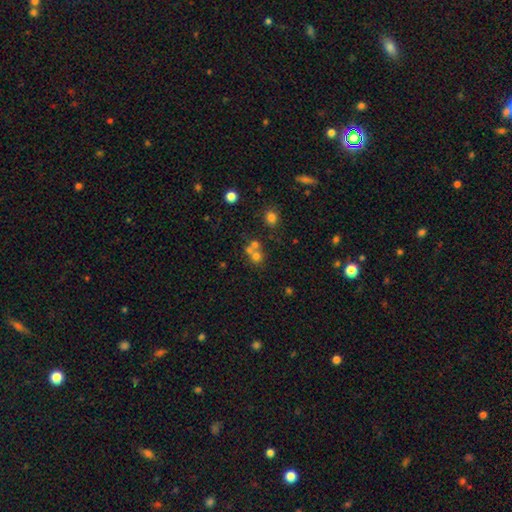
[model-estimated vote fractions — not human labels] A smooth galaxy with no disk features (62%) that is round (82%). Merging: merger (50%).